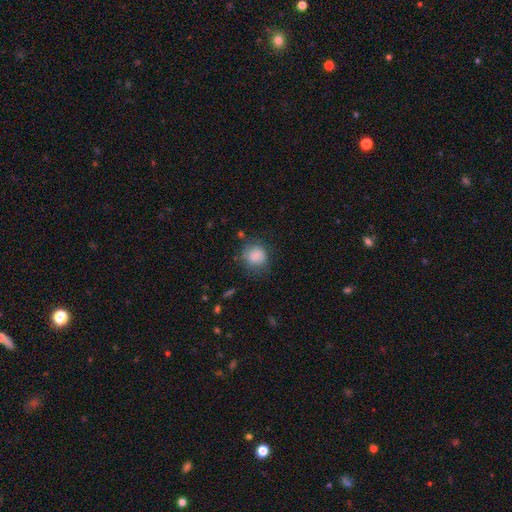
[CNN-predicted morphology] A smooth galaxy with no disk features (81%) that is round (80%). Merging: none (65%).